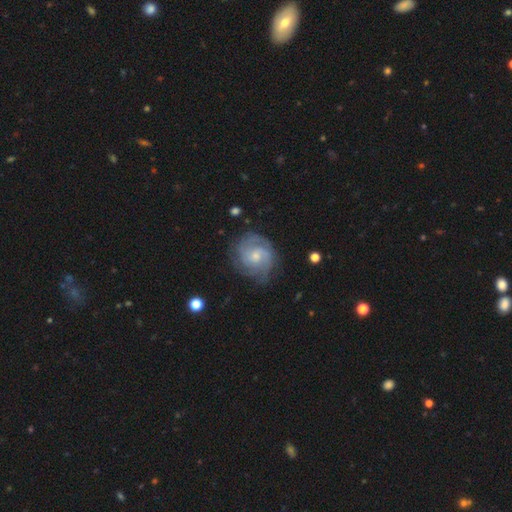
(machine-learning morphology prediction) Smooth or featured?
  - featured or disk: 79% *
  - smooth: 15%
  - star or artifact: 6%
Edge-on disk?
  - no: 98% *
  - yes: 2%
Bar?
  - no: 64% *
  - weak: 32%
  - strong: 4%
Spiral arms?
  - yes: 94% *
  - no: 6%
Spiral winding?
  - tight: 57% *
  - medium: 34%
  - loose: 9%
Spiral arm count?
  - 2: 31% *
  - can't tell: 30%
  - 3: 23%
  - 4: 7%
  - 1: 5%
  - more than 4: 5%
Bulge size?
  - small: 56% *
  - moderate: 37%
  - none: 4%
  - large: 2%
  - dominant: 1%
Merging?
  - none: 72% *
  - minor disturbance: 19%
  - major disturbance: 8%
  - merger: 1%